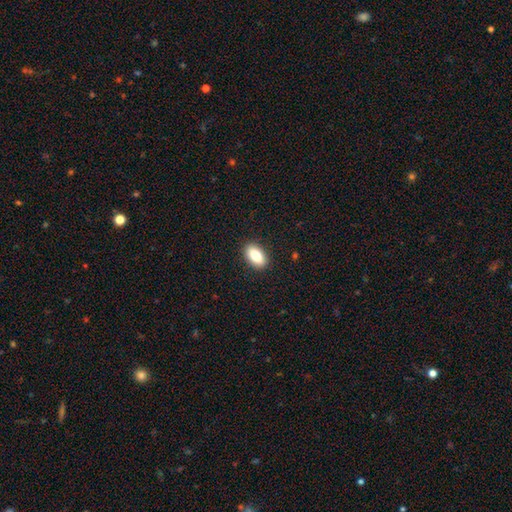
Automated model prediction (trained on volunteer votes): smooth 82%, featured or disk 11%, star or artifact 7%. Down the decision tree: how rounded — in between (91%); merging — none (90%).